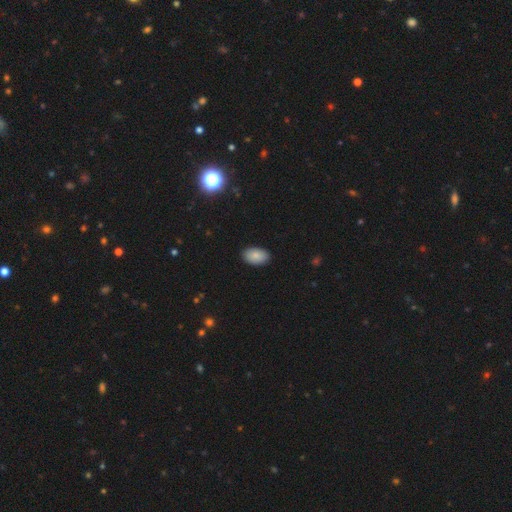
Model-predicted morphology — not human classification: Q: Smooth or featured?
A: smooth (87%); runner-up: star or artifact (8%)
Q: How rounded?
A: in between (94%); runner-up: round (5%)
Q: Merging?
A: none (89%); runner-up: minor disturbance (8%)